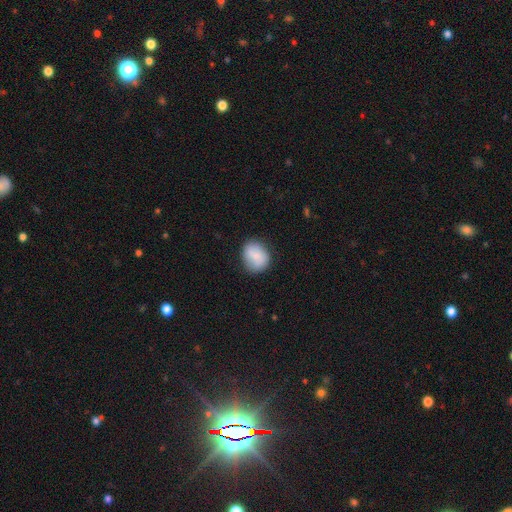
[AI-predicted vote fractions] Q: Smooth or featured?
A: smooth (78%); runner-up: featured or disk (14%)
Q: How rounded?
A: round (62%); runner-up: in between (37%)
Q: Merging?
A: none (73%); runner-up: minor disturbance (19%)